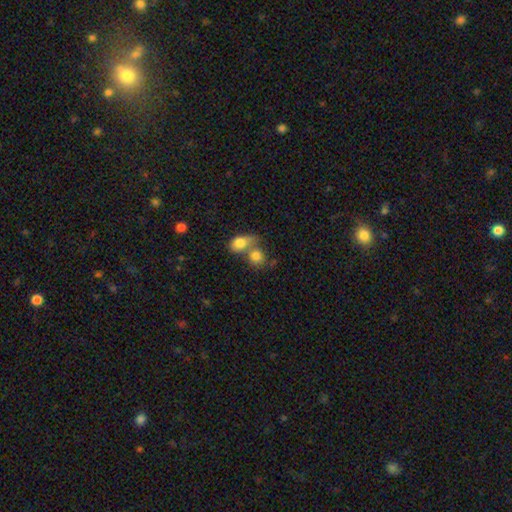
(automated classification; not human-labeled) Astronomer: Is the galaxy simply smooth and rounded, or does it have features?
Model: smooth — 81%.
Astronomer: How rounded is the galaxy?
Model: round — 59% (runner-up: in between, 39%).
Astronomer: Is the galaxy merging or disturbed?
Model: merger — 58%.